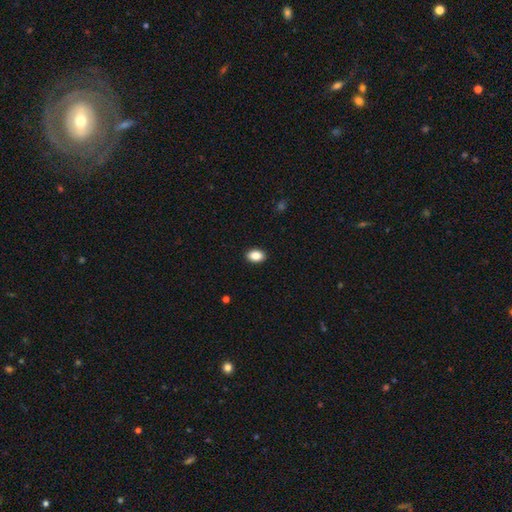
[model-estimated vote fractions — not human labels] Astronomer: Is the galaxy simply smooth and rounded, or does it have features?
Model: smooth — 88%.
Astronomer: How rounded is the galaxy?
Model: in between — 83%.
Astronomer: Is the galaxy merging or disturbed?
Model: none — 91%.